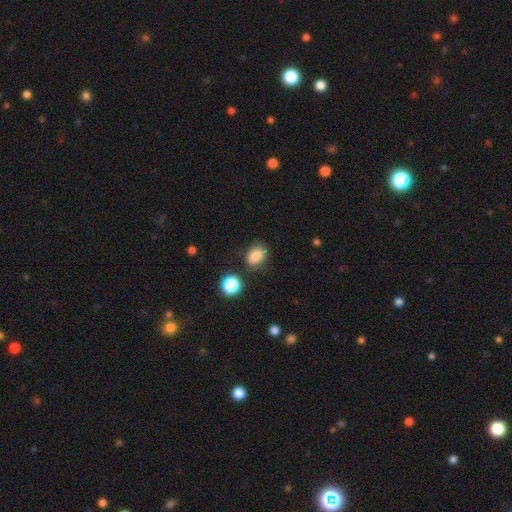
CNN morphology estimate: A smooth galaxy with no disk features (85%) that is in between round and cigar-shaped (72%). Merging: none (76%).